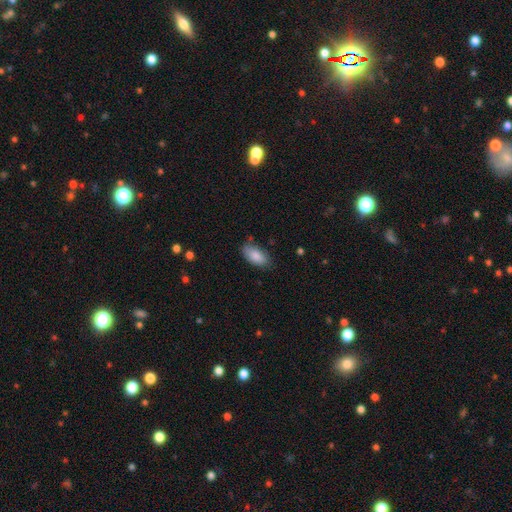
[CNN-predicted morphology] Overall: smooth (86%). How rounded: in between (92%). Merging: none (75%).